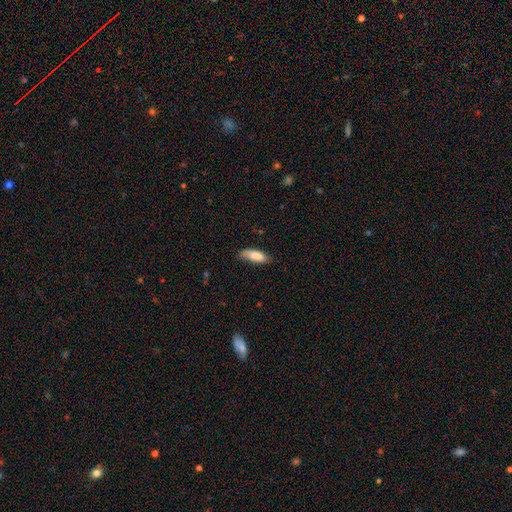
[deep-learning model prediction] Smooth or featured? Predicted: smooth (p=0.83). How rounded? Predicted: in between (p=0.68). Merging? Predicted: none (p=0.65).